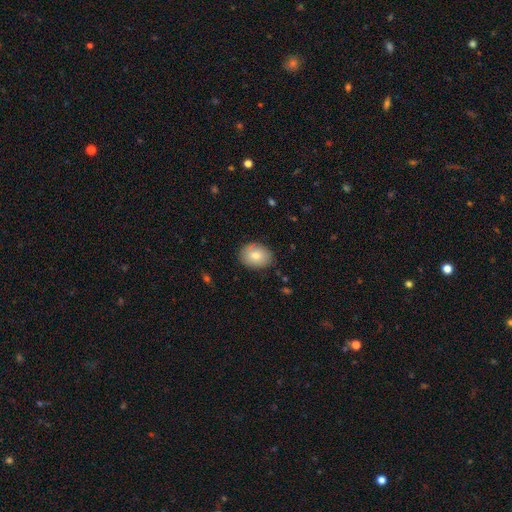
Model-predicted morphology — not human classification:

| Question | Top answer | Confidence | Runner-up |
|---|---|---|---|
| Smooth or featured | smooth | 77% | featured or disk (15%) |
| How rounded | in between | 62% | round (37%) |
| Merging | none | 82% | minor disturbance (14%) |